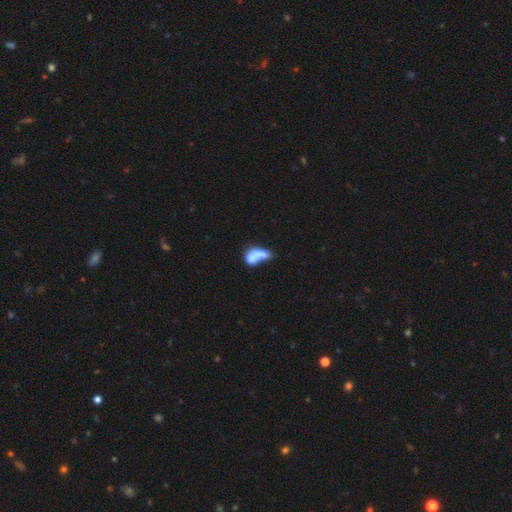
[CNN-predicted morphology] The model was most divided on "merging": merger: 51%, none: 19%, major disturbance: 18%, minor disturbance: 12%. More confident: how rounded — in between (74%); smooth or featured — smooth (63%).